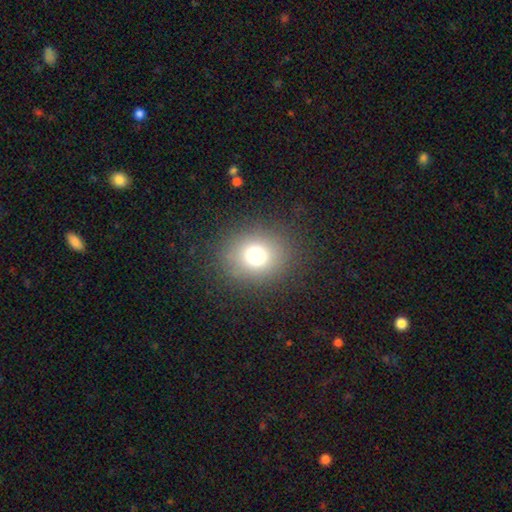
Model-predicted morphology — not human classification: Overall: smooth (73%). How rounded: round (76%). Merging: none (85%).